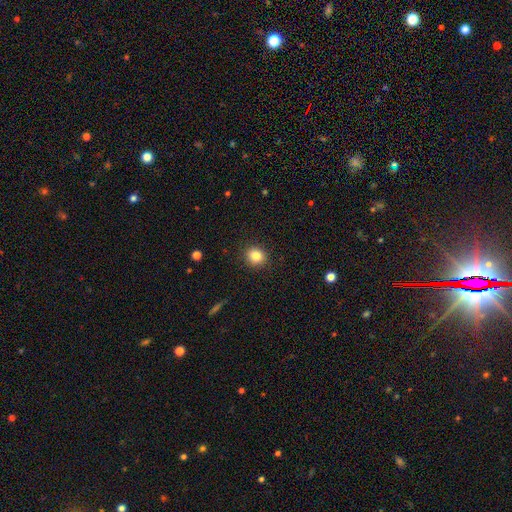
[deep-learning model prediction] Q: Smooth or featured?
A: smooth (83%); runner-up: star or artifact (11%)
Q: How rounded?
A: round (82%); runner-up: in between (17%)
Q: Merging?
A: none (90%); runner-up: minor disturbance (6%)